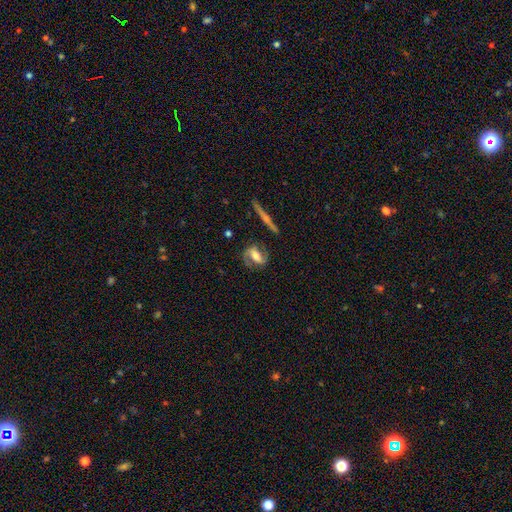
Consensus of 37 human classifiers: Volunteers were most divided on "spiral winding": medium: 46%, tight: 29%, loose: 25%. More confident: spiral arms — yes (100%); edge-on disk — no (90%); spiral arm count — 2 (89%); smooth or featured — featured or disk (84%); merging — none (77%); bulge size — moderate (75%); bar — strong (57%).